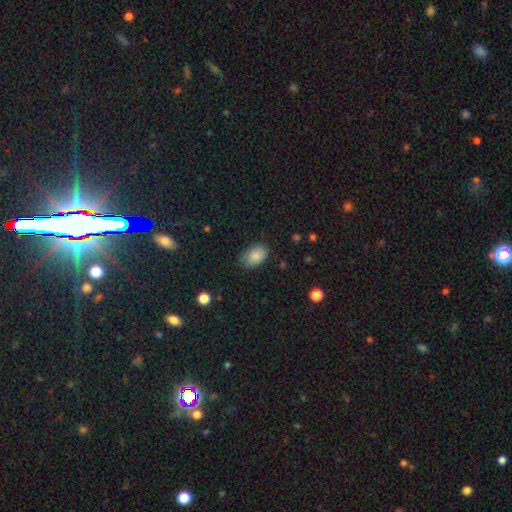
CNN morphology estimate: This appears to be a smooth galaxy with no disk features (86%) that is in between round and cigar-shaped (88%). Merging: none (80%).